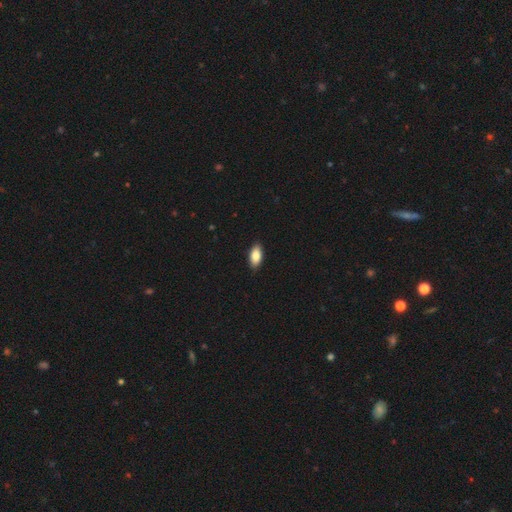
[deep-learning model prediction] Smooth or featured? Predicted: smooth (p=0.86). How rounded? Predicted: in between (p=0.91). Merging? Predicted: none (p=0.90).